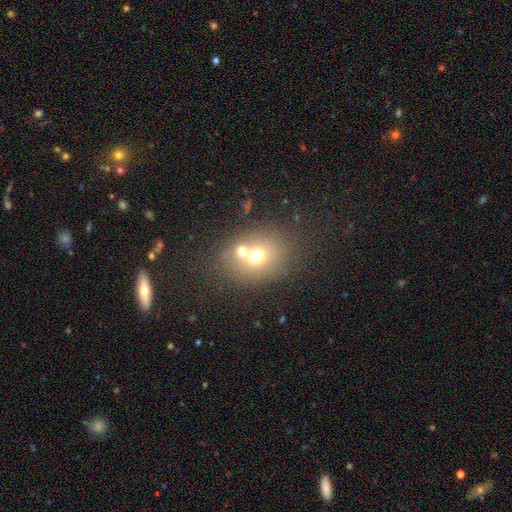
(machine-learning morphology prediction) Smooth or featured? smooth (64%)
How rounded? round (65%)
Merging? merger (44%)